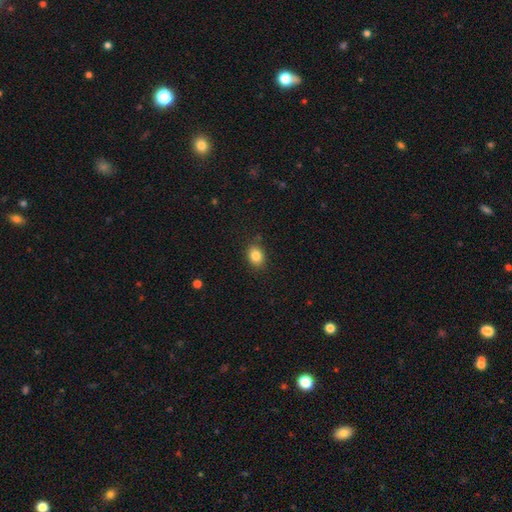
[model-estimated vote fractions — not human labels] This appears to be a smooth galaxy with no disk features (85%) that is in between round and cigar-shaped (60%). Merging: none (85%).